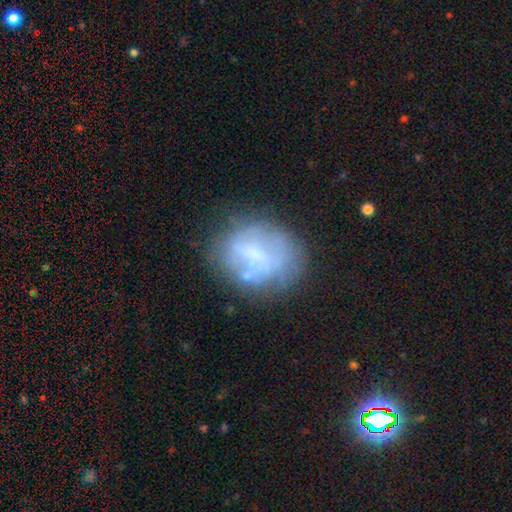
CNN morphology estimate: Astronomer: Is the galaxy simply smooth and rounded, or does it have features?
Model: featured or disk — 49% (runner-up: smooth, 41%).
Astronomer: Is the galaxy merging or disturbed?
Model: none — 54%.